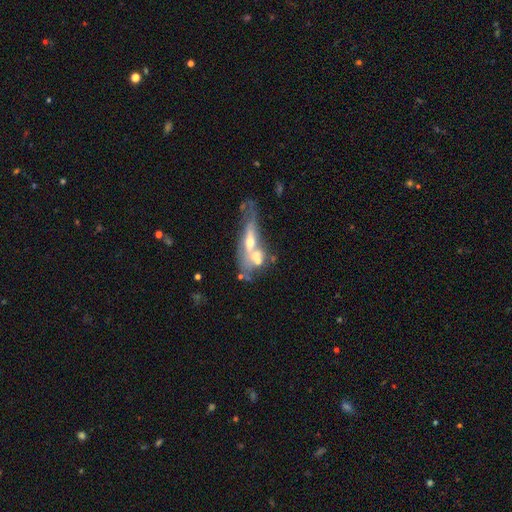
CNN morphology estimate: Smooth or featured? featured or disk (57%)
Edge-on disk? no (68%)
Merging? merger (47%)